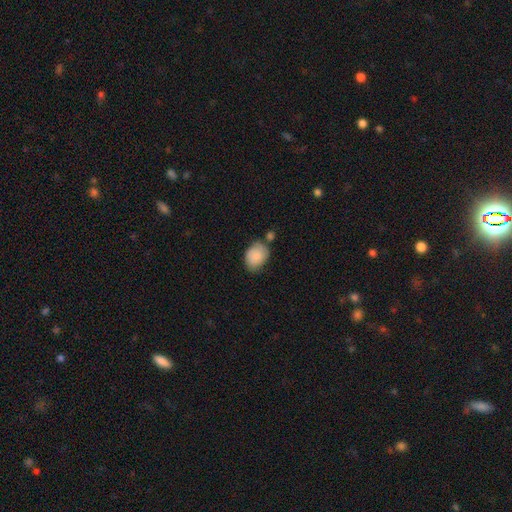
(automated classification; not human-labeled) Smooth or featured? Predicted: smooth (p=0.84). How rounded? Predicted: in between (p=0.62). Merging? Predicted: none (p=0.54).